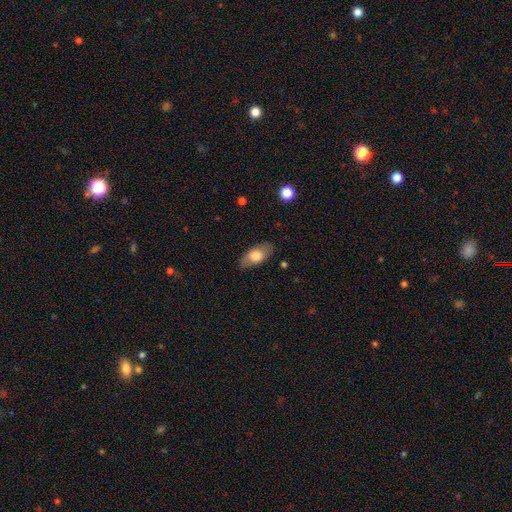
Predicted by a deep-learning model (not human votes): The model was most divided on "smooth or featured": smooth: 69%, featured or disk: 24%, star or artifact: 6%. More confident: how rounded — in between (90%); merging — none (82%).